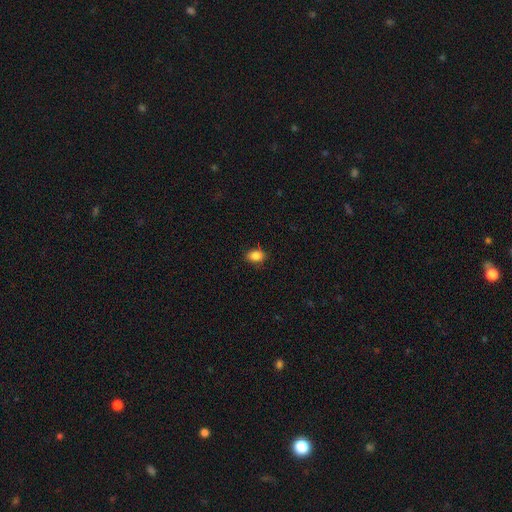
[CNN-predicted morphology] smooth-or-featured: smooth: 86% | star or artifact: 9% | featured or disk: 5%
  how-rounded: in between: 77% | round: 21% | cigar-shaped: 1%
  merging: none: 85% | minor disturbance: 12% | major disturbance: 2% | merger: 1%